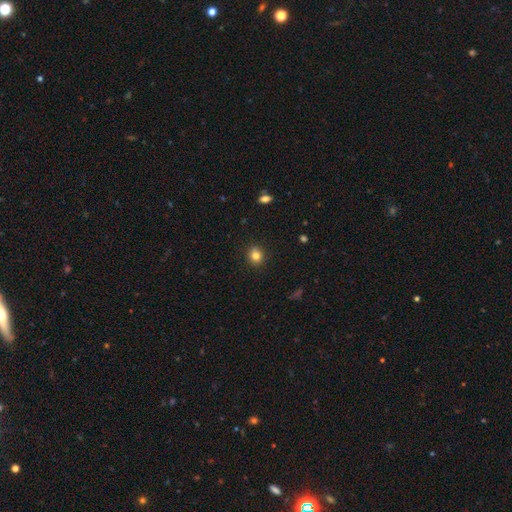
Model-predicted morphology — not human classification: Smooth or featured? Predicted: smooth (p=0.81). How rounded? Predicted: round (p=0.76). Merging? Predicted: none (p=0.89).